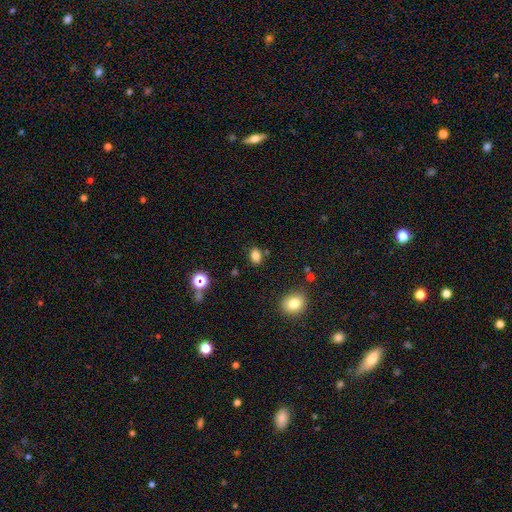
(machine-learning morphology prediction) Smooth or featured?
  - smooth: 80% *
  - star or artifact: 14%
  - featured or disk: 6%
How rounded?
  - in between: 76% *
  - round: 22%
  - cigar-shaped: 2%
Merging?
  - none: 81% *
  - minor disturbance: 12%
  - merger: 5%
  - major disturbance: 3%